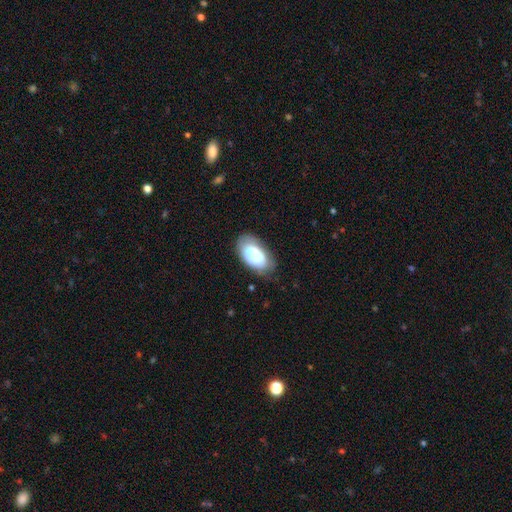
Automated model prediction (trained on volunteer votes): smooth-or-featured: smooth: 61% | featured or disk: 32% | star or artifact: 7%
  how-rounded: in between: 93% | round: 6% | cigar-shaped: 1%
  merging: none: 49% | minor disturbance: 24% | merger: 17% | major disturbance: 10%